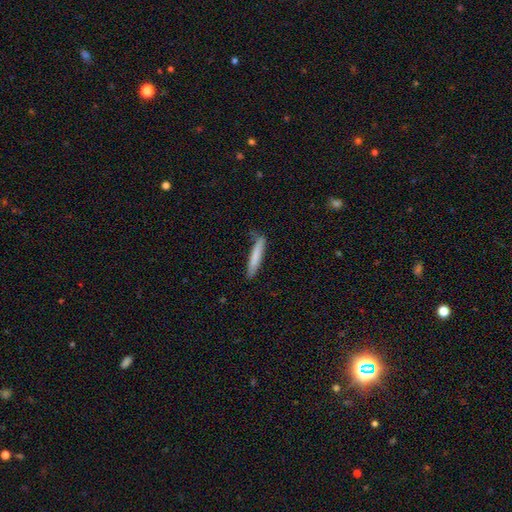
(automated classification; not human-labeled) Smooth or featured?
  - smooth: 76% *
  - featured or disk: 18%
  - star or artifact: 5%
How rounded?
  - cigar-shaped: 94% *
  - in between: 4%
  - round: 1%
Merging?
  - none: 81% *
  - minor disturbance: 15%
  - major disturbance: 2%
  - merger: 2%